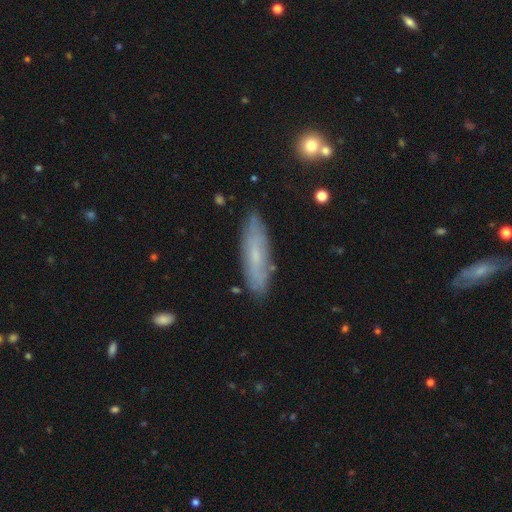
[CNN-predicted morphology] This is possibly a smooth galaxy (48%). Merging: clearly none (83%).